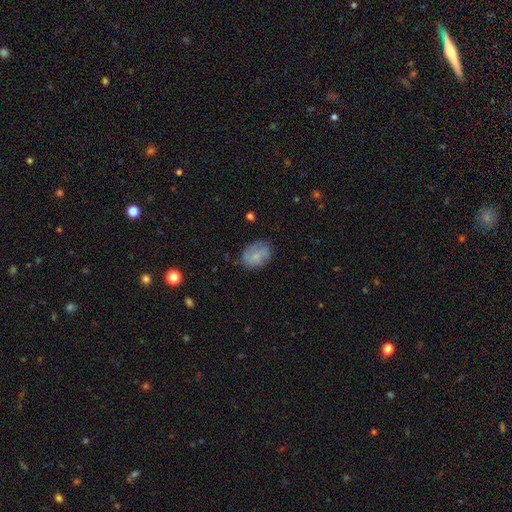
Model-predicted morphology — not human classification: smooth 61%, featured or disk 31%, star or artifact 9%. Down the decision tree: how rounded — in between (70%); merging — none (66%).